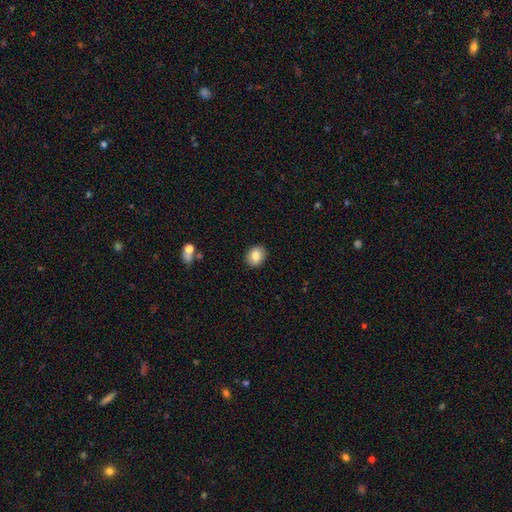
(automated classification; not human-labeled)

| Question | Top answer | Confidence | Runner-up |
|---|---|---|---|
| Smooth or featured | smooth | 85% | star or artifact (8%) |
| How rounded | round | 52% | in between (47%) |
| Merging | none | 89% | minor disturbance (8%) |